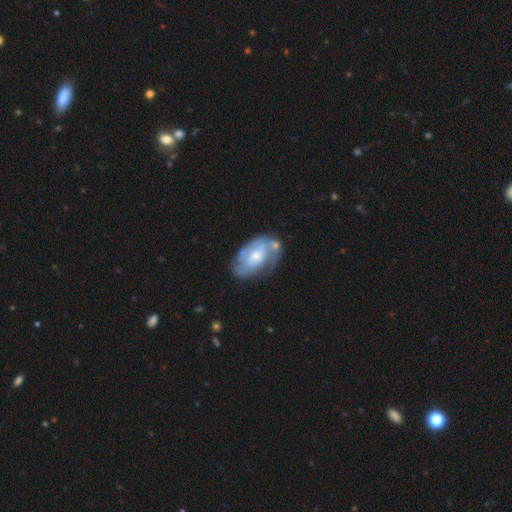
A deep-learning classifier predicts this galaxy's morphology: Smooth or featured?
  - featured or disk: 64% *
  - smooth: 31%
  - star or artifact: 6%
Edge-on disk?
  - no: 95% *
  - yes: 5%
Bar?
  - no: 68% *
  - weak: 27%
  - strong: 5%
Spiral arms?
  - yes: 70% *
  - no: 30%
Bulge size?
  - moderate: 50% *
  - small: 39%
  - large: 7%
  - none: 3%
  - dominant: 1%
Merging?
  - none: 54% *
  - minor disturbance: 25%
  - major disturbance: 11%
  - merger: 9%